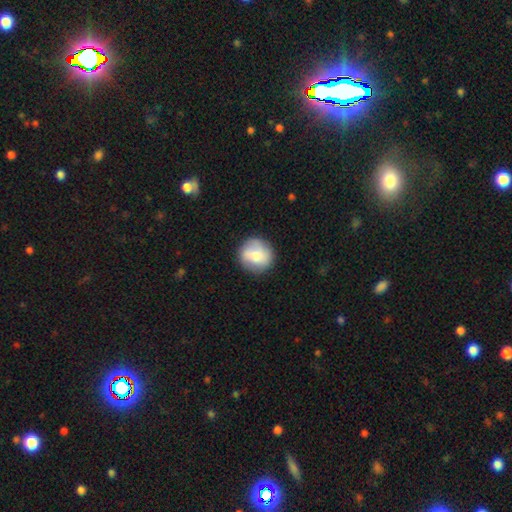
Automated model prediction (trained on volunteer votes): This is likely a smooth galaxy (71%). How rounded: clearly round (93%). Merging: clearly none (85%).